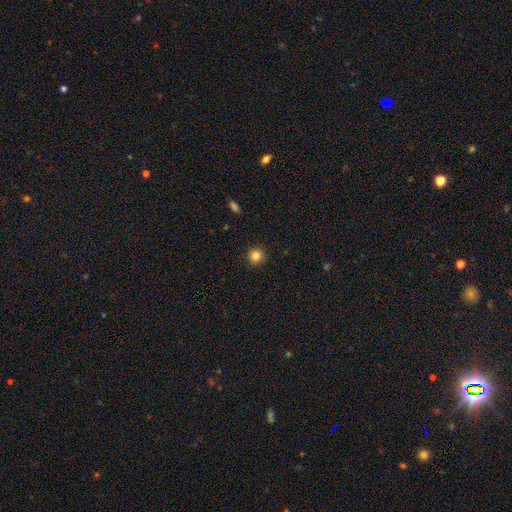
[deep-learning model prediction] This is clearly a smooth galaxy (84%). How rounded: clearly round (95%). Merging: clearly none (92%).